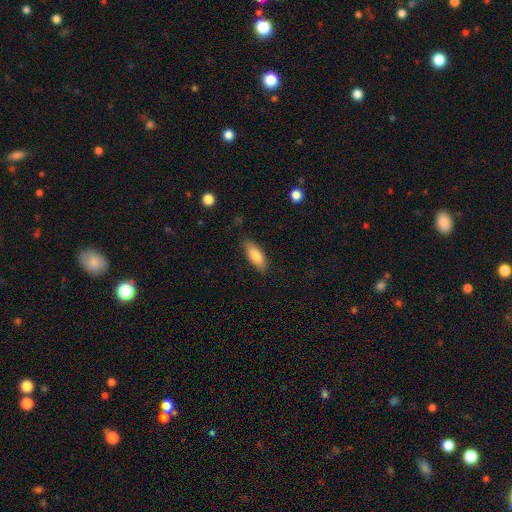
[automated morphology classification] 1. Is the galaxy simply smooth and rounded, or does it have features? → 82% smooth, 12% featured or disk, 6% star or artifact.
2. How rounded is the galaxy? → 74% in between, 24% cigar-shaped, 2% round.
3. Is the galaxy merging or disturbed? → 84% none, 12% minor disturbance, 3% major disturbance, 1% merger.